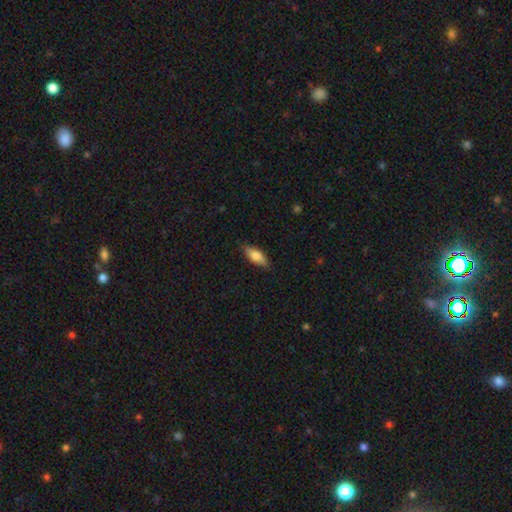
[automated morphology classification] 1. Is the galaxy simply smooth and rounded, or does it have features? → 74% smooth, 19% featured or disk, 6% star or artifact.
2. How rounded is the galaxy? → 72% in between, 25% cigar-shaped, 3% round.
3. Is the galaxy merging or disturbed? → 82% none, 14% minor disturbance, 3% major disturbance, 1% merger.